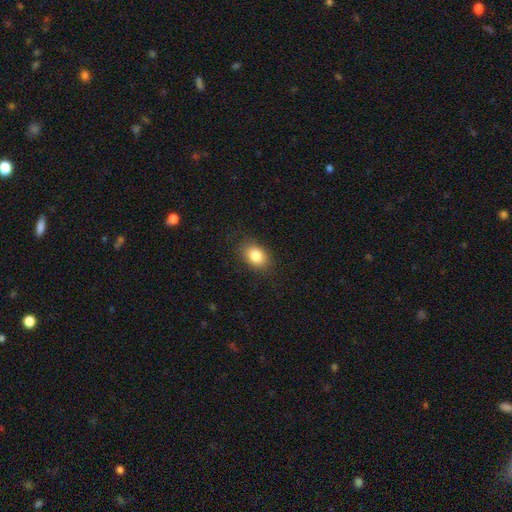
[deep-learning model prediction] A smooth galaxy with no disk features (83%) that is in between round and cigar-shaped (77%). Merging: none (85%).